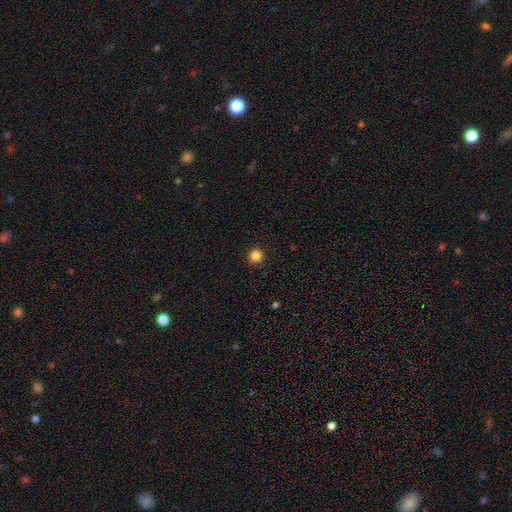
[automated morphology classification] A smooth galaxy with no disk features (85%) that is round (95%). Merging: none (93%).